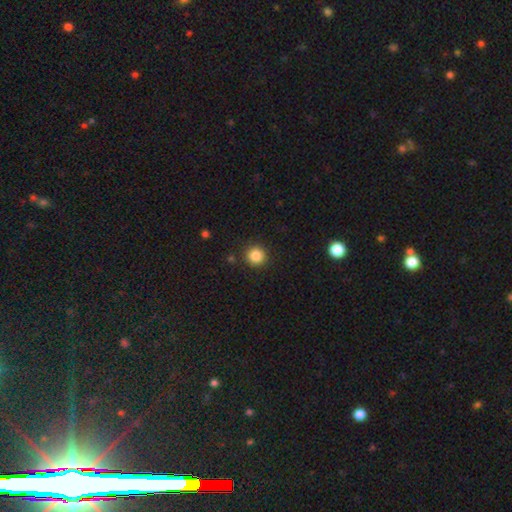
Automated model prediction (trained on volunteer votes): Overall: smooth (85%). How rounded: round (95%). Merging: none (90%).